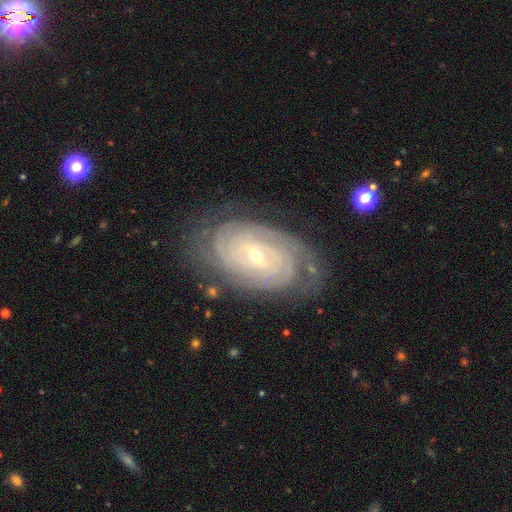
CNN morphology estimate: featured or disk 90%, smooth 5%, star or artifact 5%. Down the decision tree: edge-on disk — no (96%); bar — weak (44%); spiral arms — yes (98%); spiral arm count — can't tell (26%); spiral winding — tight (85%); bulge size — small (68%); merging — none (77%).